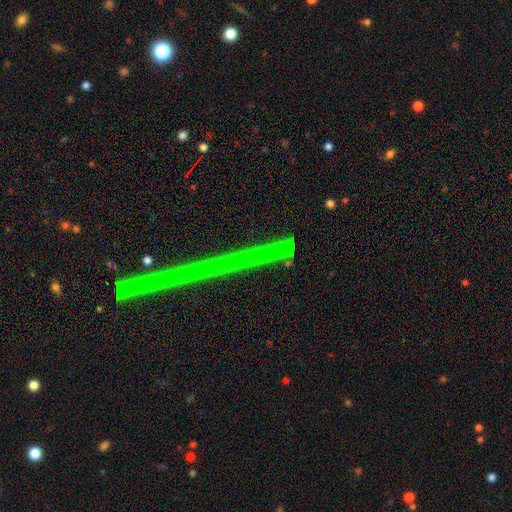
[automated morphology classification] smooth_or_featured: featured or disk (p=0.50) [alt: star or artifact p=0.33]
merging: none (p=0.91) [alt: minor disturbance p=0.06]